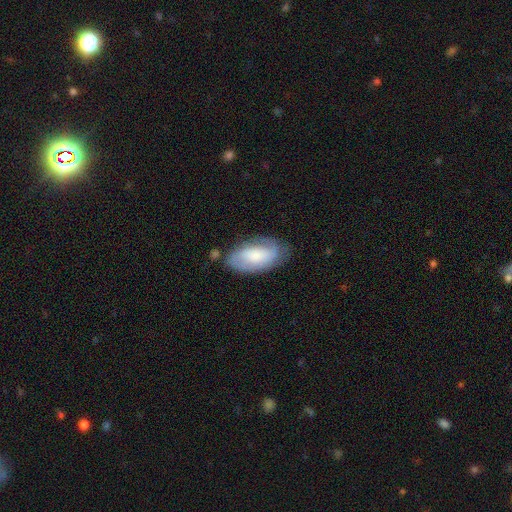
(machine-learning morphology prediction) The model was most divided on "smooth or featured": smooth: 48%, featured or disk: 45%, star or artifact: 7%. More confident: merging — none (66%).